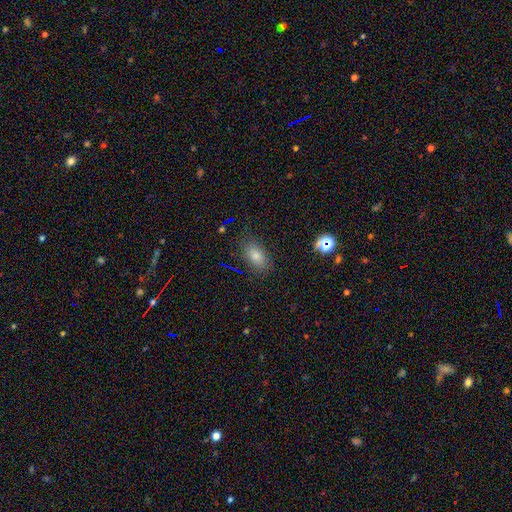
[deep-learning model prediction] smooth-or-featured: smooth: 72% | star or artifact: 18% | featured or disk: 10%
  how-rounded: in between: 85% | round: 13% | cigar-shaped: 3%
  merging: none: 81% | minor disturbance: 13% | major disturbance: 4% | merger: 2%